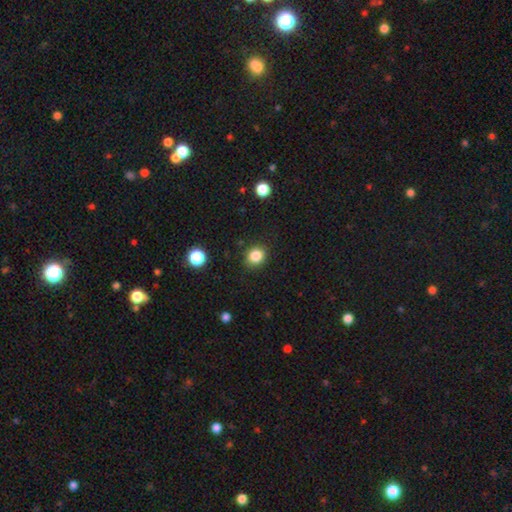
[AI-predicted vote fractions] smooth-or-featured: smooth: 85% | star or artifact: 11% | featured or disk: 4%
  how-rounded: round: 74% | in between: 25% | cigar-shaped: 1%
  merging: none: 86% | minor disturbance: 9% | major disturbance: 3% | merger: 1%